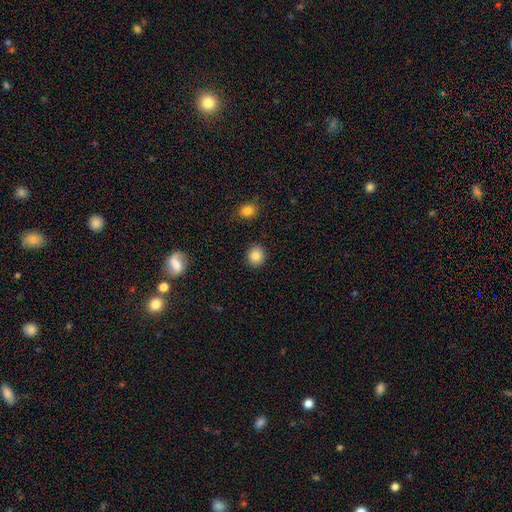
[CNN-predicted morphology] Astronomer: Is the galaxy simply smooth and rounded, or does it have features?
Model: smooth — 85%.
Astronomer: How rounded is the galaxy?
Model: round — 84%.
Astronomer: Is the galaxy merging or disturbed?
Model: none — 90%.